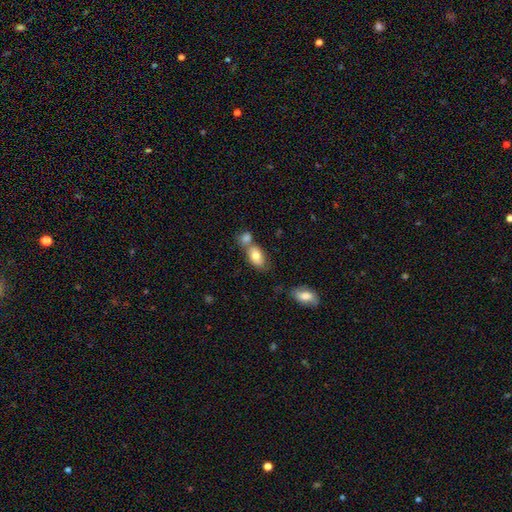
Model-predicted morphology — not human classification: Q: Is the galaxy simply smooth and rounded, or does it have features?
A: smooth — 78%.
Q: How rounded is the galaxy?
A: in between — 89%.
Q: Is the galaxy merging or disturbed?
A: none — 44%.